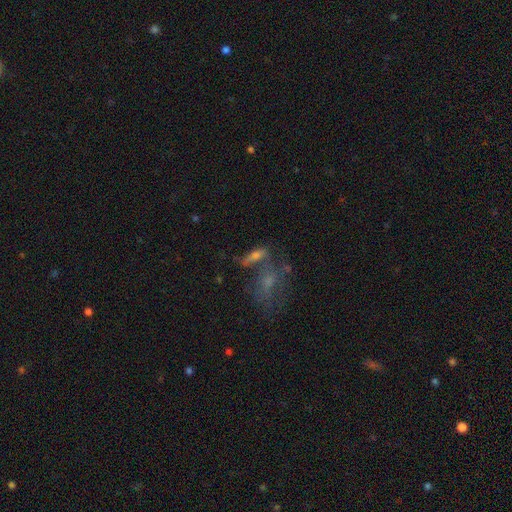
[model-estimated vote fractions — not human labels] Smooth or featured? Predicted: smooth (p=0.43). Merging? Predicted: none (p=0.40).